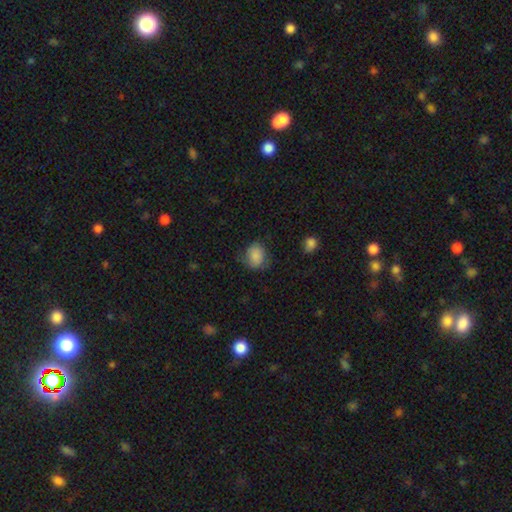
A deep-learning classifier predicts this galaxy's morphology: This appears to be a smooth galaxy with no disk features (85%) that is round (56%). Merging: none (66%).